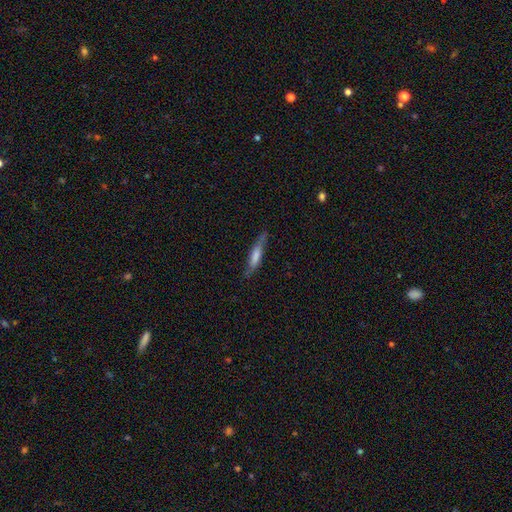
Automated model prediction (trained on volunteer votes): smooth_or_featured: smooth (p=0.49) [alt: featured or disk p=0.45]
merging: none (p=0.74) [alt: minor disturbance p=0.19]